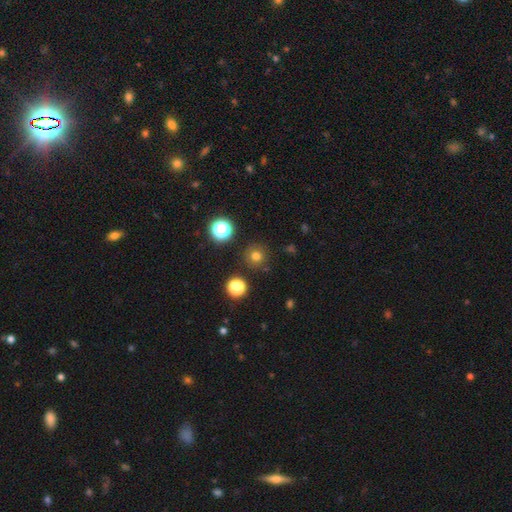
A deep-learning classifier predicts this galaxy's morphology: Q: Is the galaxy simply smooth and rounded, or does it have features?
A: smooth — 74%.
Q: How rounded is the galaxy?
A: round — 94%.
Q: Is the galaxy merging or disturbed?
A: none — 87%.